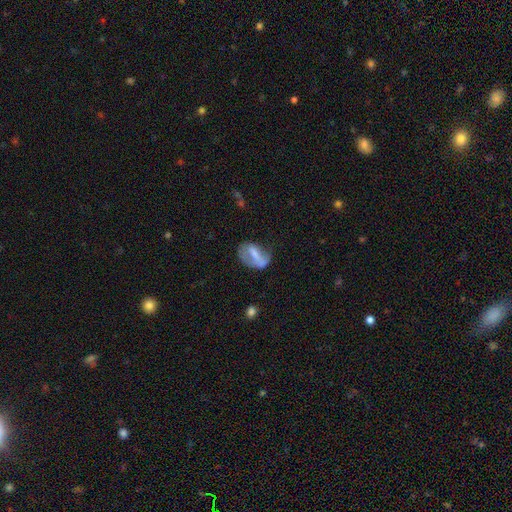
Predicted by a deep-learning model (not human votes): Overall: smooth (48%; featured or disk 43%). Merging: none (36%; major disturbance 30%).